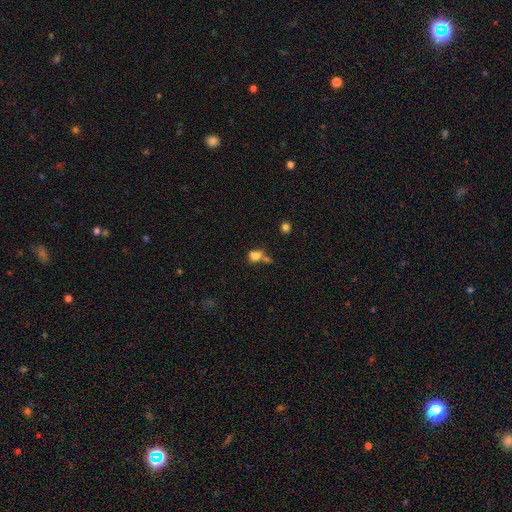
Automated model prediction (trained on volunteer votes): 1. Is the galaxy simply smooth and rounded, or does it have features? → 73% smooth, 14% featured or disk, 13% star or artifact.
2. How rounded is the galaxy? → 61% in between, 36% round, 3% cigar-shaped.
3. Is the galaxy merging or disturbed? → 44% merger, 30% none, 15% minor disturbance, 11% major disturbance.